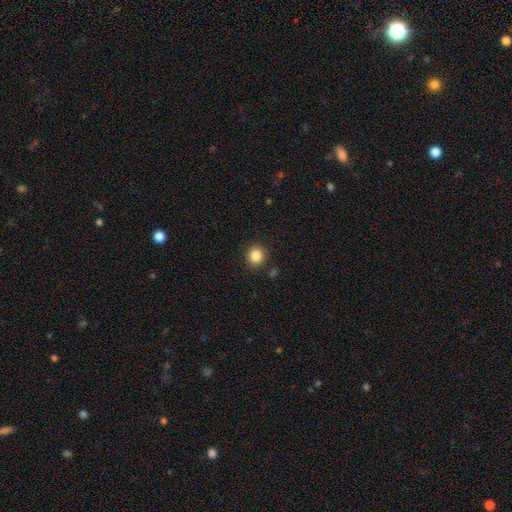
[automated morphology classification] Smooth or featured? Predicted: smooth (p=0.85). How rounded? Predicted: round (p=0.89). Merging? Predicted: none (p=0.88).